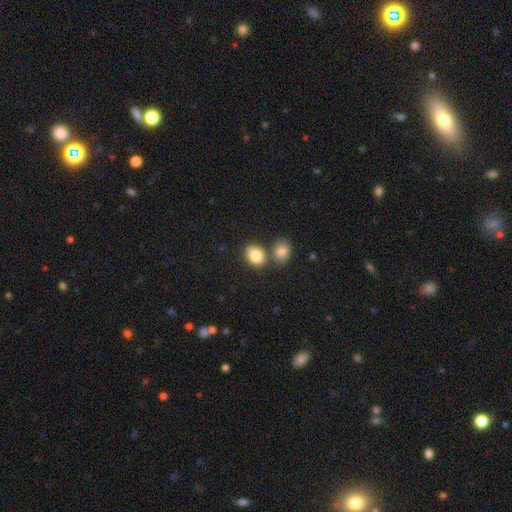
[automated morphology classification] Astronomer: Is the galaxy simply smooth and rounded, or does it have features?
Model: smooth — 85%.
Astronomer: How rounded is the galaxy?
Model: in between — 57% (runner-up: round, 42%).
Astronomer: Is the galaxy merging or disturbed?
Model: none — 60%.